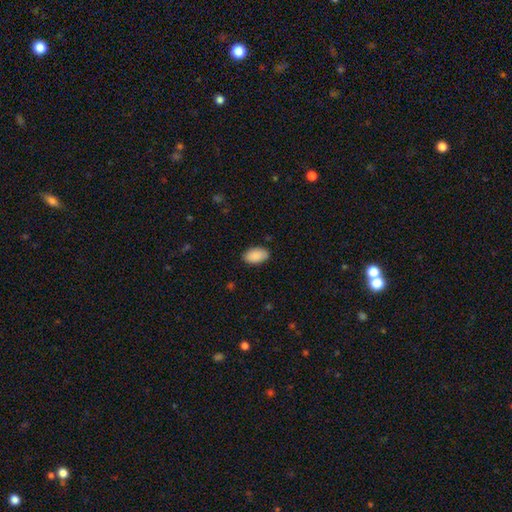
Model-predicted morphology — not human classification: Smooth or featured? smooth (90%)
How rounded? in between (94%)
Merging? none (86%)